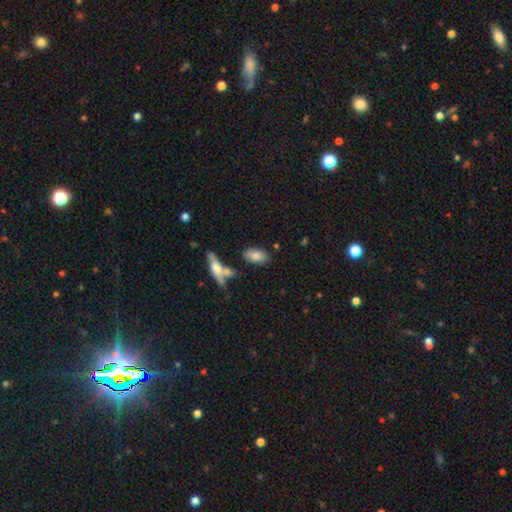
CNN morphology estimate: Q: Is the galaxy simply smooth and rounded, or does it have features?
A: smooth — 78%.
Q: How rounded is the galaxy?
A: in between — 90%.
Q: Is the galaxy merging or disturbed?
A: none — 69%.